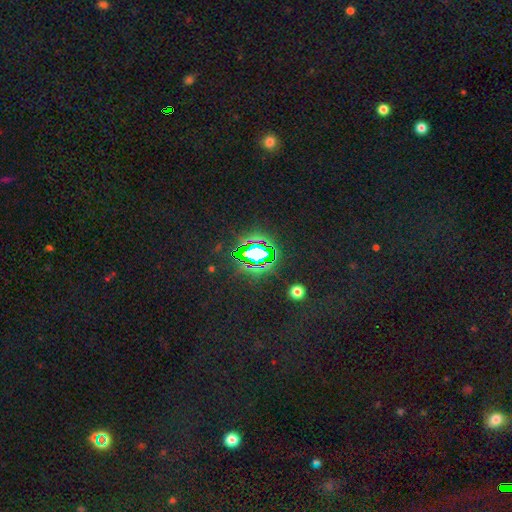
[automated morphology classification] type=star or artifact (73%).